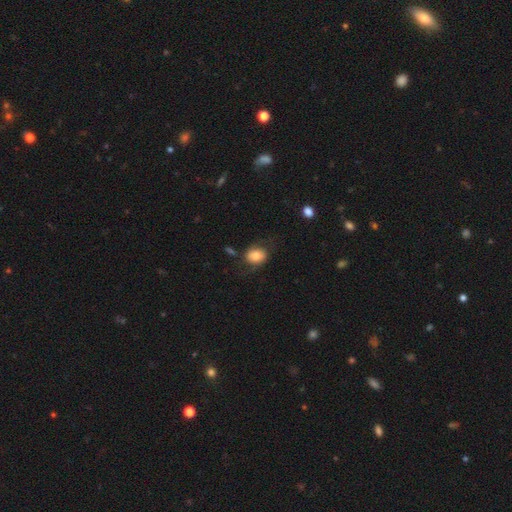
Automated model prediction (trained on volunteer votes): smooth_or_featured: smooth (p=0.67) [alt: featured or disk p=0.25]
how_rounded: in between (p=0.51) [alt: round p=0.48]
merging: none (p=0.60) [alt: minor disturbance p=0.21]